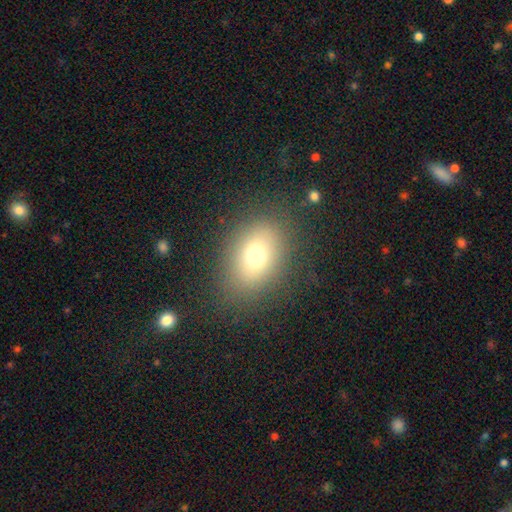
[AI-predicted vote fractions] Smooth or featured: smooth — 72% (featured or disk — 15%)
How rounded: in between — 76% (round — 22%)
Merging: none — 83% (minor disturbance — 11%)